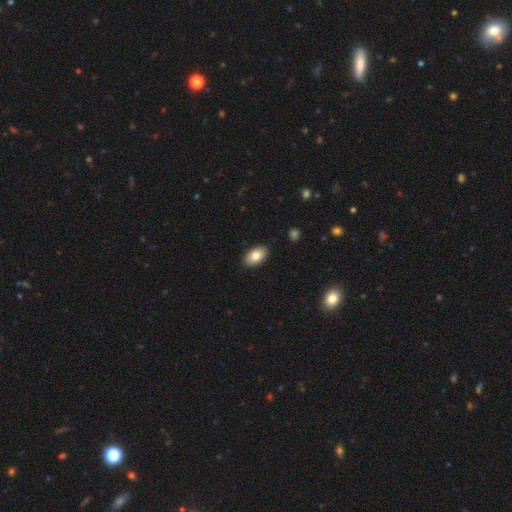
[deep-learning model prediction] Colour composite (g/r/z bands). It shows a smooth galaxy with no disk features (82%) that is in between round and cigar-shaped (93%). Merging: none (89%).